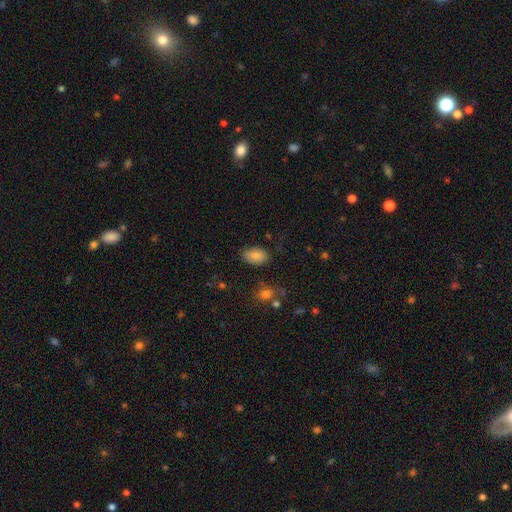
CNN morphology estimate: Overall: smooth (85%). How rounded: in between (90%). Merging: none (80%).